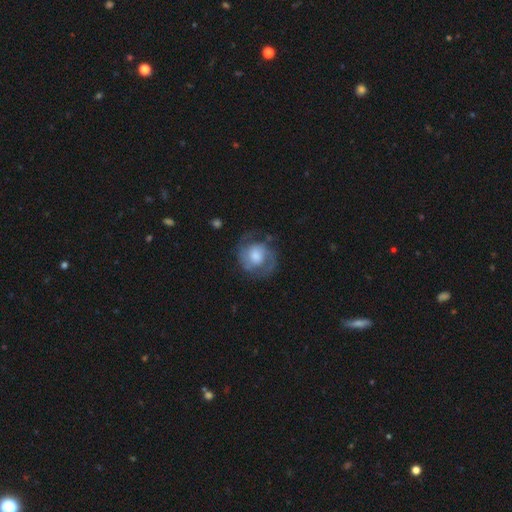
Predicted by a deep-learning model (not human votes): Q: Smooth or featured?
A: featured or disk (67%); runner-up: smooth (26%)
Q: Edge-on disk?
A: no (98%); runner-up: yes (2%)
Q: Bar?
A: no (66%); runner-up: weak (29%)
Q: Spiral arms?
A: yes (87%); runner-up: no (13%)
Q: Spiral winding?
A: medium (46%); runner-up: tight (34%)
Q: Spiral arm count?
A: 2 (77%); runner-up: can't tell (11%)
Q: Bulge size?
A: moderate (43%); runner-up: large (29%)
Q: Merging?
A: none (65%); runner-up: minor disturbance (19%)